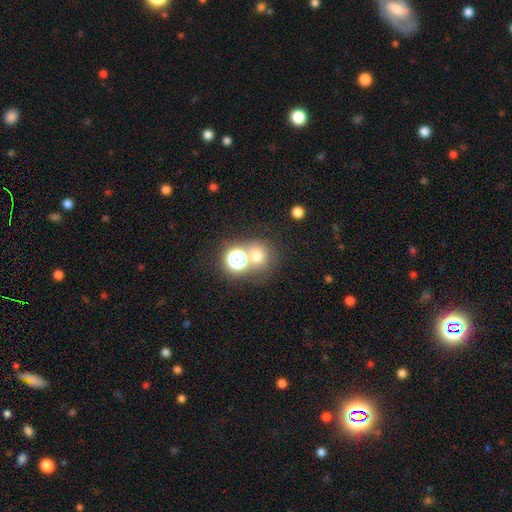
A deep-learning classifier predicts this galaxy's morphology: Q: Smooth or featured?
A: smooth (68%); runner-up: star or artifact (23%)
Q: How rounded?
A: round (85%); runner-up: in between (14%)
Q: Merging?
A: none (57%); runner-up: merger (31%)